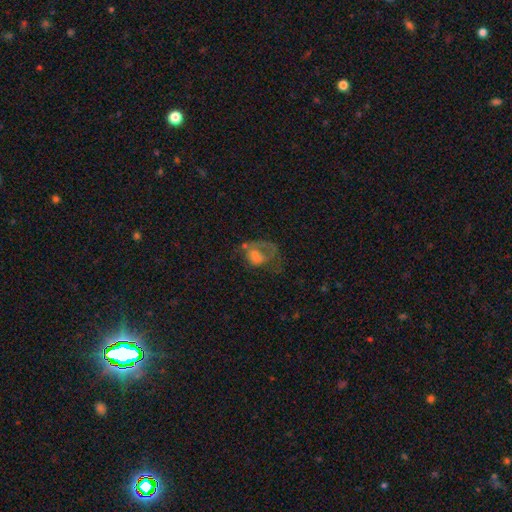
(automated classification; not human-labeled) Overall: featured or disk (44%; smooth 40%). Merging: major disturbance (49%; none 28%).